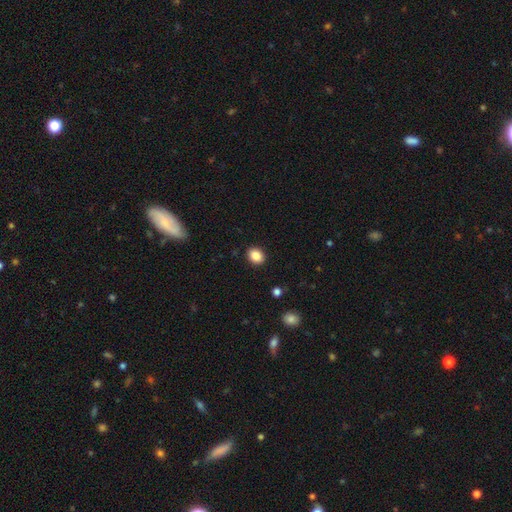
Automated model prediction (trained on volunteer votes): smooth_or_featured: smooth (p=0.87) [alt: star or artifact p=0.09]
how_rounded: in between (p=0.50) [alt: round p=0.49]
merging: none (p=0.91) [alt: minor disturbance p=0.06]